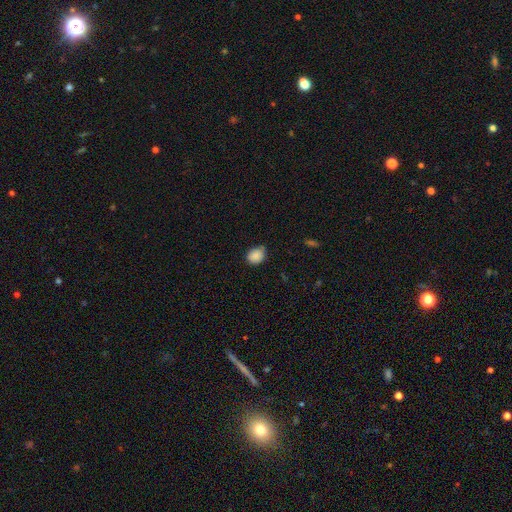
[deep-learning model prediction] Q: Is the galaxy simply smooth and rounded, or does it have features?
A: smooth — 87%.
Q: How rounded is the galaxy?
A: in between — 50%.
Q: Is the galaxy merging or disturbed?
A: none — 64%.